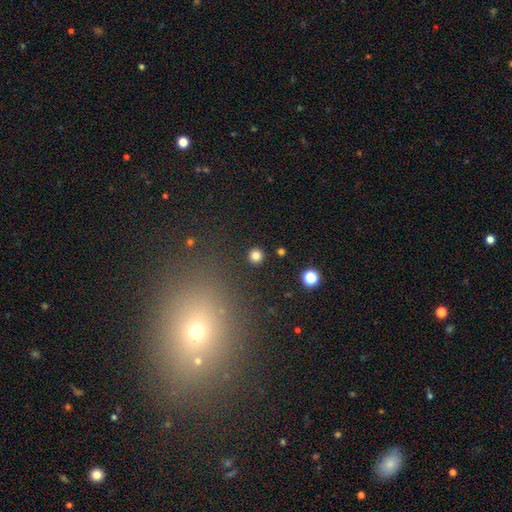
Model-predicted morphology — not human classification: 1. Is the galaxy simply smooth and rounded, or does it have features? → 83% smooth, 13% star or artifact, 4% featured or disk.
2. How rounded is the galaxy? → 95% round, 4% in between, 1% cigar-shaped.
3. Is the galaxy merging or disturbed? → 92% none, 5% minor disturbance, 2% major disturbance, 2% merger.